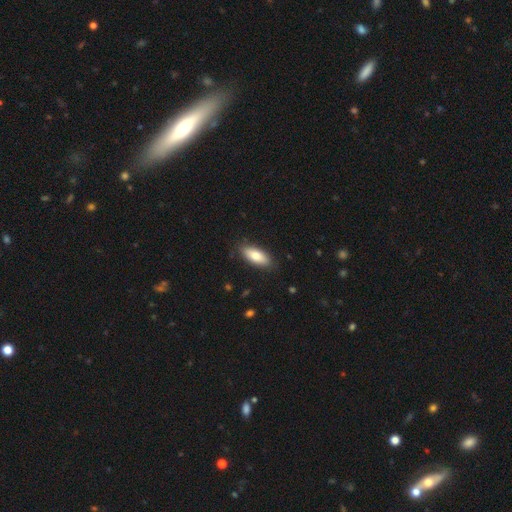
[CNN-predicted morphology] Smooth or featured? smooth (79%)
How rounded? in between (80%)
Merging? none (86%)